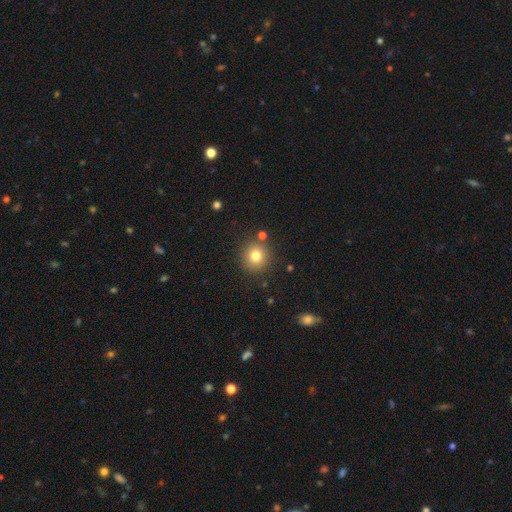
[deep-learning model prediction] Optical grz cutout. It shows a smooth galaxy with no disk features (78%) that is round (93%). Merging: none (86%).